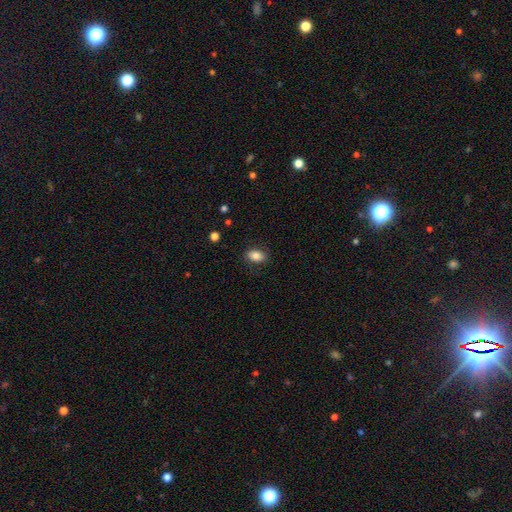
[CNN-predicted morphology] This appears to be a smooth galaxy with no disk features (84%) that is in between round and cigar-shaped (83%). Merging: none (85%).